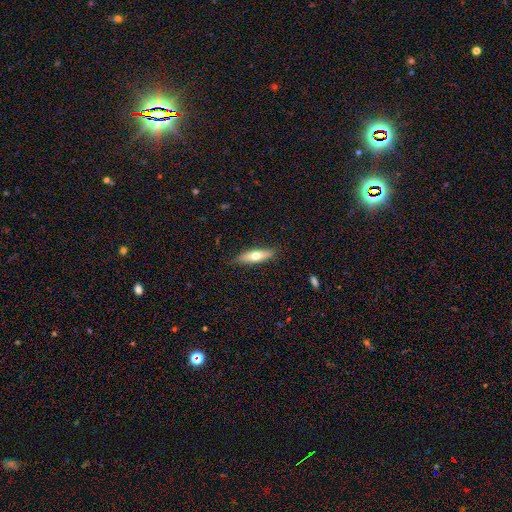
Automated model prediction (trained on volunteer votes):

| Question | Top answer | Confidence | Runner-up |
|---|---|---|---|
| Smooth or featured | smooth | 60% | featured or disk (34%) |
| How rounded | cigar-shaped | 57% | in between (41%) |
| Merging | none | 86% | minor disturbance (11%) |